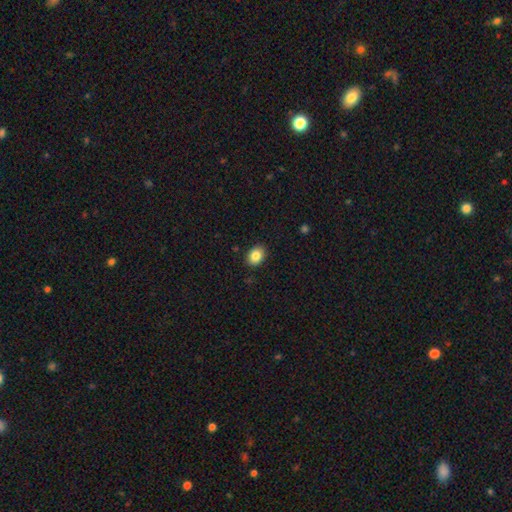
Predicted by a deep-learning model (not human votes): A smooth galaxy with no disk features (85%) that is in between round and cigar-shaped (68%). Merging: none (89%).